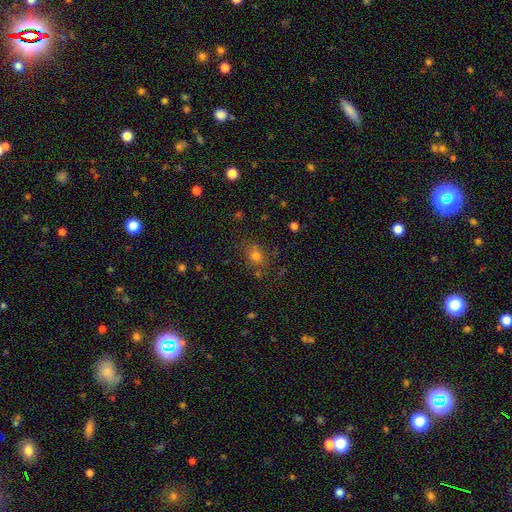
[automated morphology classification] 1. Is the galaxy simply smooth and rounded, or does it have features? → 69% smooth, 20% star or artifact, 10% featured or disk.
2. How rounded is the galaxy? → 51% in between, 47% round, 2% cigar-shaped.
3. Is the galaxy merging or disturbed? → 73% none, 17% minor disturbance, 6% major disturbance, 4% merger.